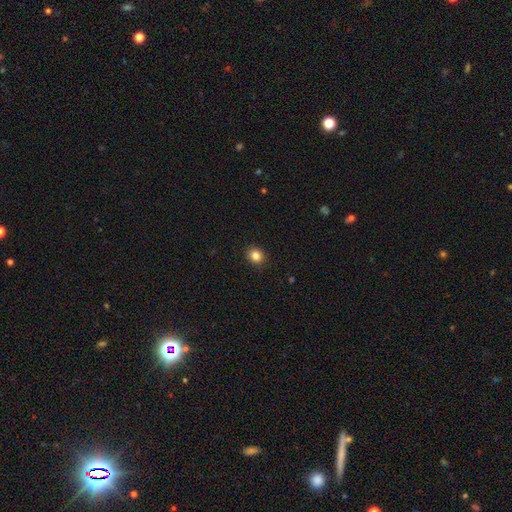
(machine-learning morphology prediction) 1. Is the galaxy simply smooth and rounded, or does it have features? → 85% smooth, 10% star or artifact, 5% featured or disk.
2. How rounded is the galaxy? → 73% round, 26% in between, 1% cigar-shaped.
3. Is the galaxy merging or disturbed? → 91% none, 7% minor disturbance, 2% major disturbance, 1% merger.